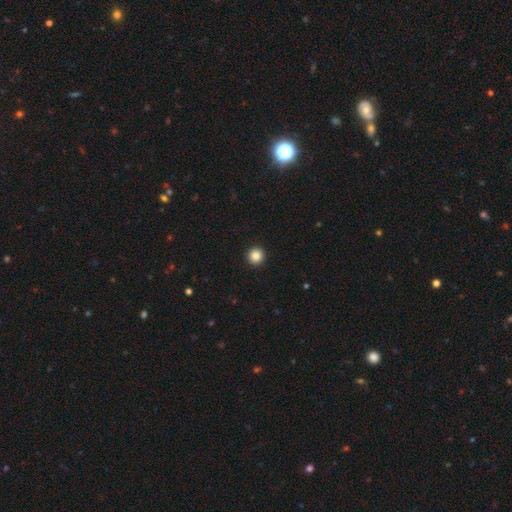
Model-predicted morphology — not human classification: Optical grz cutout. It shows a smooth galaxy with no disk features (86%) that is round (96%). Merging: none (94%).